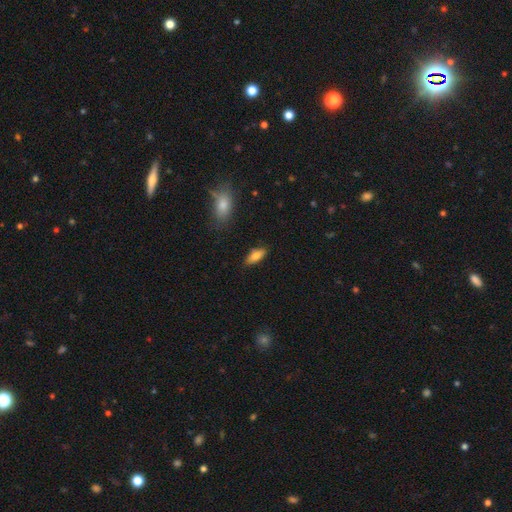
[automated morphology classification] Smooth or featured: smooth — 78% (featured or disk — 15%)
How rounded: in between — 74% (cigar-shaped — 23%)
Merging: none — 83% (minor disturbance — 12%)